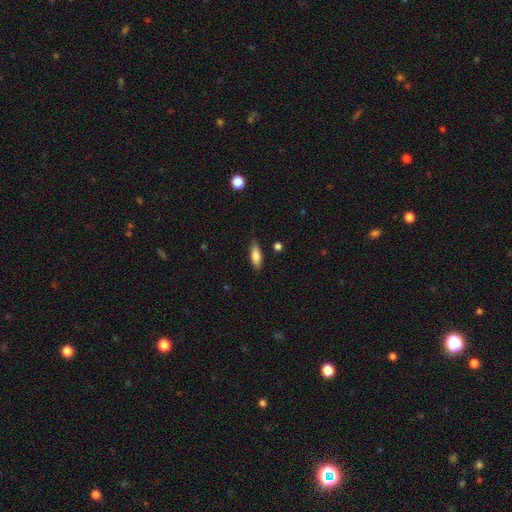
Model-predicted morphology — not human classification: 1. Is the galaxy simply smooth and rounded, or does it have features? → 80% smooth, 14% featured or disk, 7% star or artifact.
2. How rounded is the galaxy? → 57% in between, 41% cigar-shaped, 2% round.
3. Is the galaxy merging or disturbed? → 82% none, 14% minor disturbance, 3% major disturbance, 2% merger.